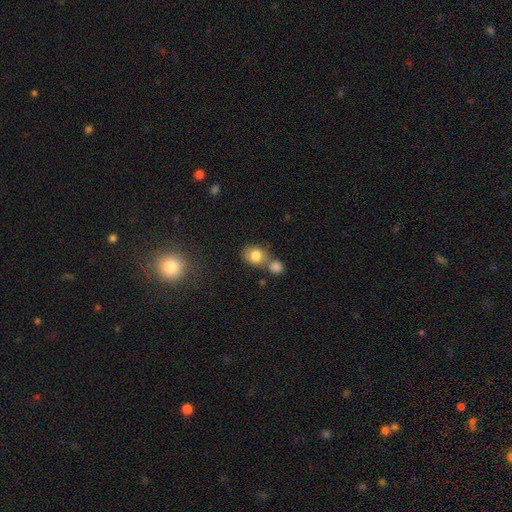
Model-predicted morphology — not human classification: This appears to be a smooth galaxy with no disk features (82%) that is round (63%). Merging: none (48%).